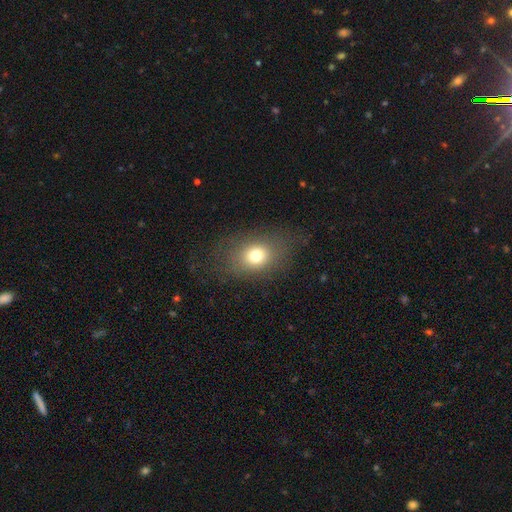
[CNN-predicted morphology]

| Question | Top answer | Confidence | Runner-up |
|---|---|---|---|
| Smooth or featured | smooth | 73% | featured or disk (13%) |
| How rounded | in between | 58% | round (40%) |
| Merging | none | 76% | minor disturbance (14%) |